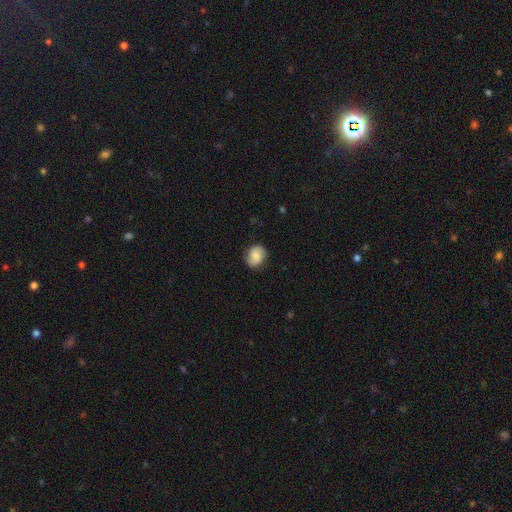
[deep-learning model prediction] smooth 73%, featured or disk 19%, star or artifact 8%. Down the decision tree: how rounded — round (56%); merging — none (79%).